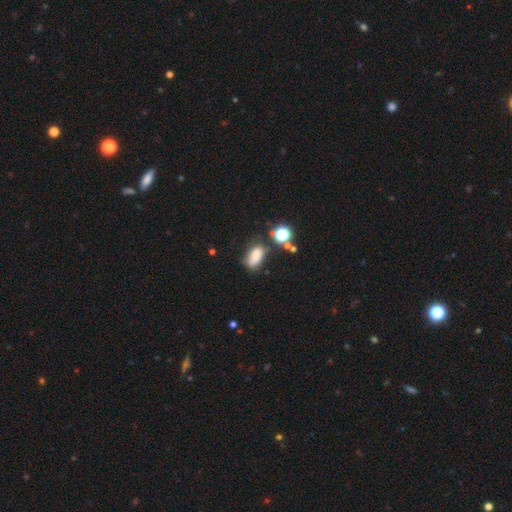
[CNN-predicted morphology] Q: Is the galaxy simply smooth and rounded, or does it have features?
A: smooth — 77%.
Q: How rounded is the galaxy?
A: in between — 85%.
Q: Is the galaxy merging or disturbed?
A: none — 52%.